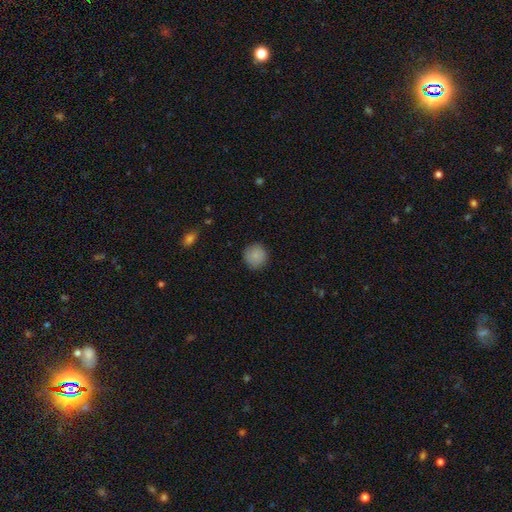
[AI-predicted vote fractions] Overall: smooth (87%). How rounded: round (93%). Merging: none (89%).